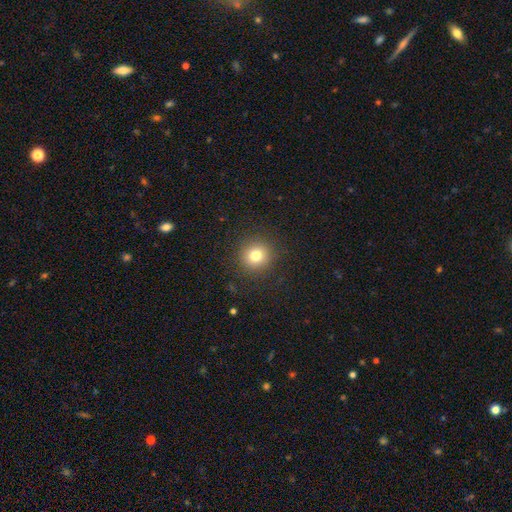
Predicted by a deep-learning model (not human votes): Smooth or featured? smooth (78%)
How rounded? round (93%)
Merging? none (90%)